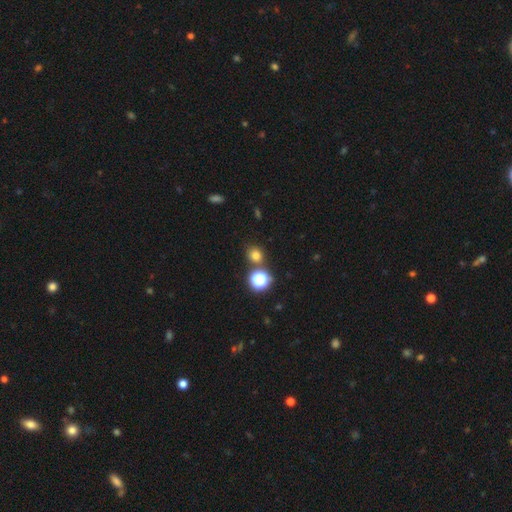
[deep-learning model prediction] Smooth or featured? Predicted: smooth (p=0.73). How rounded? Predicted: round (p=0.81). Merging? Predicted: none (p=0.78).